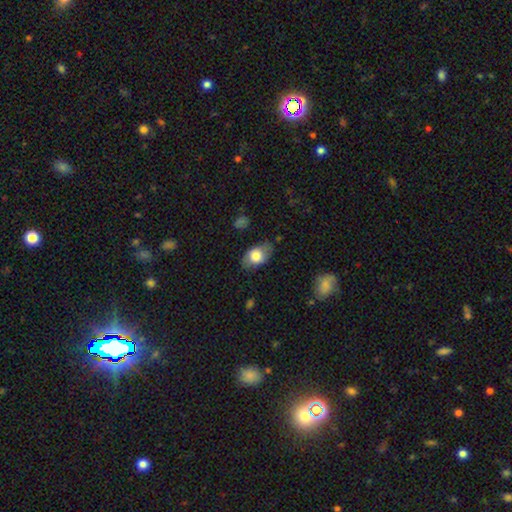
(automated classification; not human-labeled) Smooth or featured? Predicted: smooth (p=0.74). How rounded? Predicted: in between (p=0.87). Merging? Predicted: none (p=0.73).